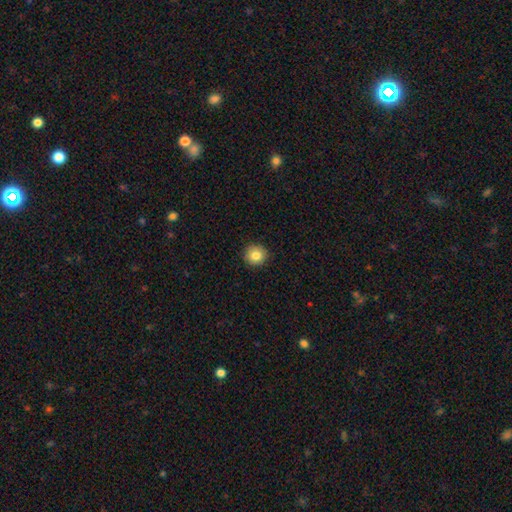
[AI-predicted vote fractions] Smooth or featured: smooth — 83% (star or artifact — 10%)
How rounded: round — 93% (in between — 6%)
Merging: none — 91% (minor disturbance — 7%)